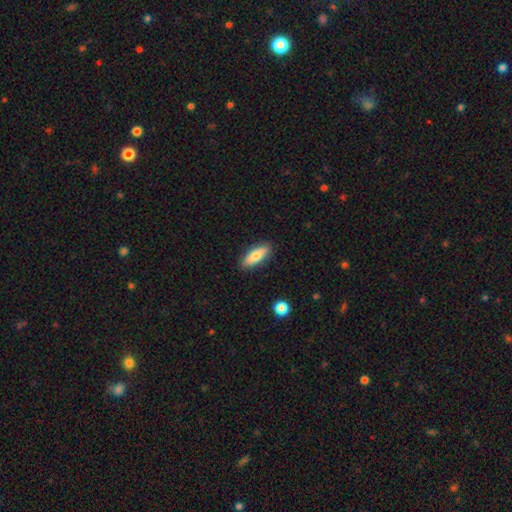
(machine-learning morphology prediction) The model was most divided on "how rounded": in between: 67%, cigar-shaped: 31%, round: 2%. More confident: merging — none (88%); smooth or featured — smooth (77%).